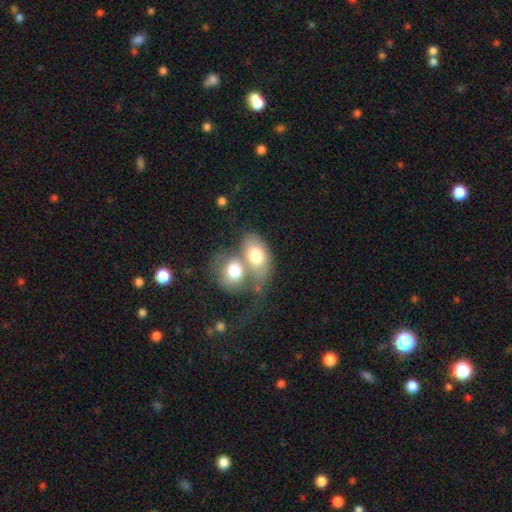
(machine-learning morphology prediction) The model was most divided on "merging": merger: 62%, none: 21%, minor disturbance: 9%, major disturbance: 8%. More confident: how rounded — in between (79%); smooth or featured — smooth (67%).